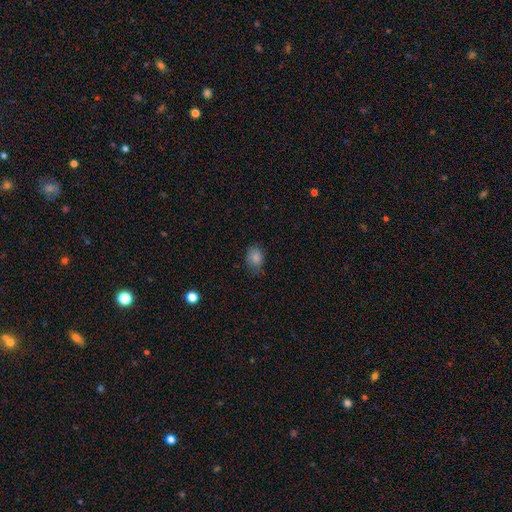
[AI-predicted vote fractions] A smooth galaxy with no disk features (81%) that is in between round and cigar-shaped (63%). Merging: none (71%).